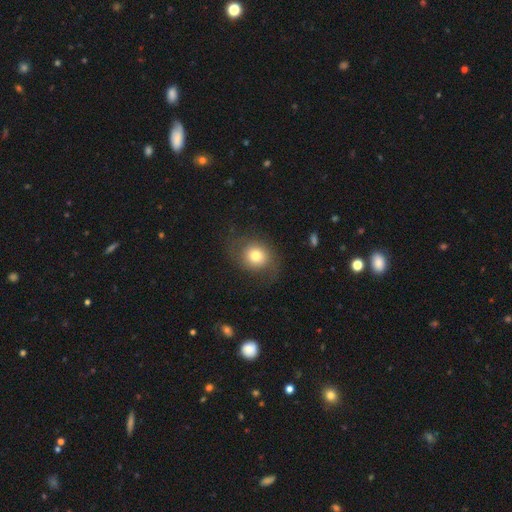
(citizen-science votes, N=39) Smooth or featured?
  - smooth: 59% *
  - featured or disk: 33%
  - star or artifact: 8%
How rounded?
  - round: 74% *
  - in between: 26%
  - cigar-shaped: 0%
Merging?
  - none: 67% *
  - minor disturbance: 22%
  - major disturbance: 11%
  - merger: 0%